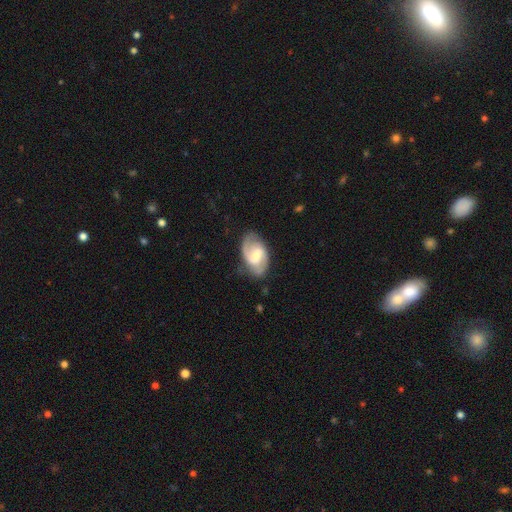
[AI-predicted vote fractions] Overall: featured or disk (80%). Edge-on disk: no (97%). Bar: weak (57%; no 23%). Spiral arms: yes (94%). Spiral arm count: 2 (84%). Spiral winding: medium (51%; tight 28%). Bulge size: moderate (53%; small 39%). Merging: none (75%).